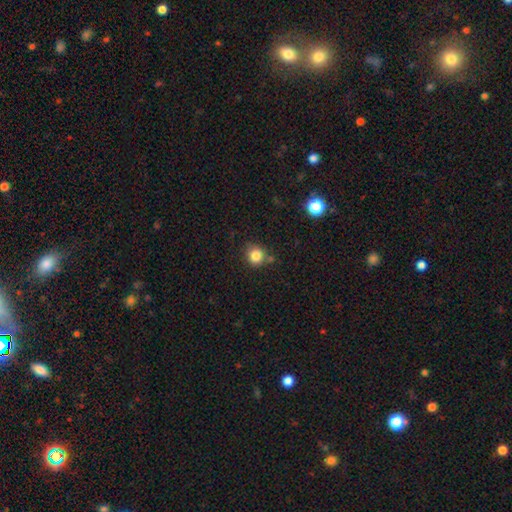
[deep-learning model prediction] This appears to be a smooth galaxy with no disk features (83%) that is round (90%). Merging: none (74%).